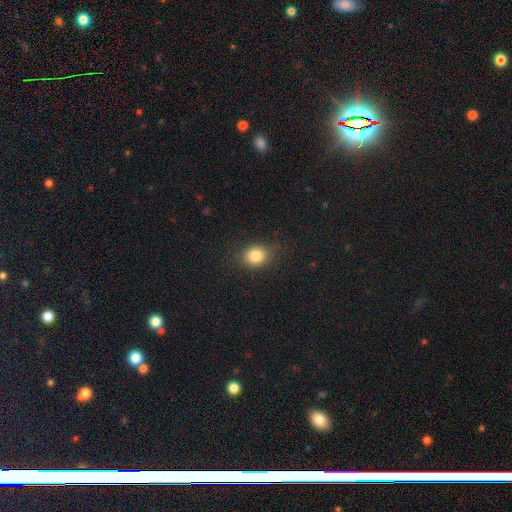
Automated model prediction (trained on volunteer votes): smooth_or_featured: smooth (p=0.82) [alt: star or artifact p=0.11]
how_rounded: round (p=0.61) [alt: in between p=0.38]
merging: none (p=0.83) [alt: minor disturbance p=0.12]